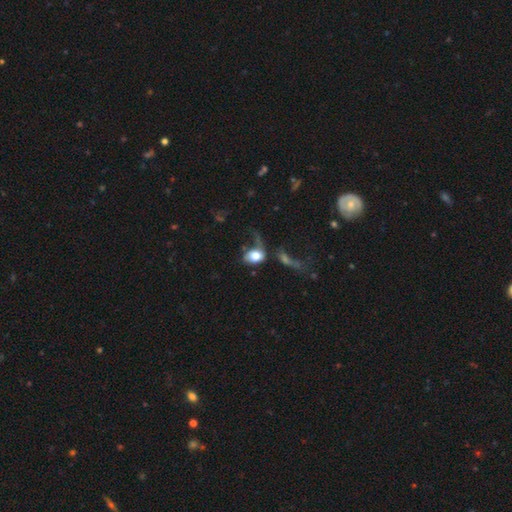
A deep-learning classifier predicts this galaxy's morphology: smooth 71%, featured or disk 21%, star or artifact 8%. Down the decision tree: how rounded — in between (72%); merging — major disturbance (47%).